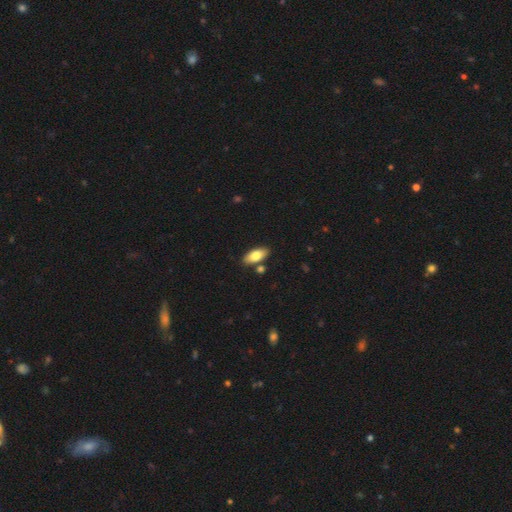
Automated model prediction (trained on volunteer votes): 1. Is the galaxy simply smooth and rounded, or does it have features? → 78% smooth, 15% featured or disk, 6% star or artifact.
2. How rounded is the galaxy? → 89% in between, 9% cigar-shaped, 3% round.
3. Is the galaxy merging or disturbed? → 81% none, 10% minor disturbance, 7% merger, 2% major disturbance.